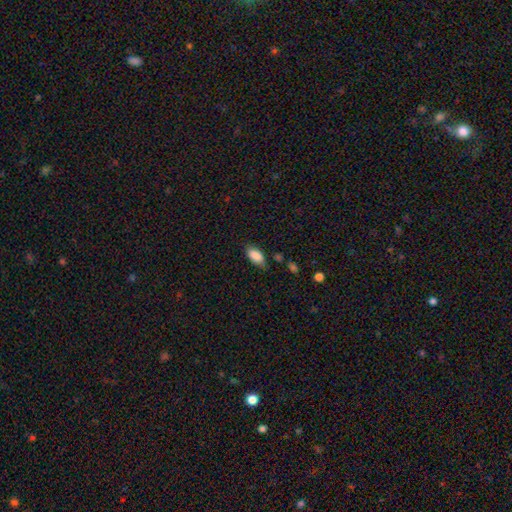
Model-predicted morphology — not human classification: This appears to be a smooth galaxy with no disk features (88%) that is in between round and cigar-shaped (92%). Merging: none (74%).